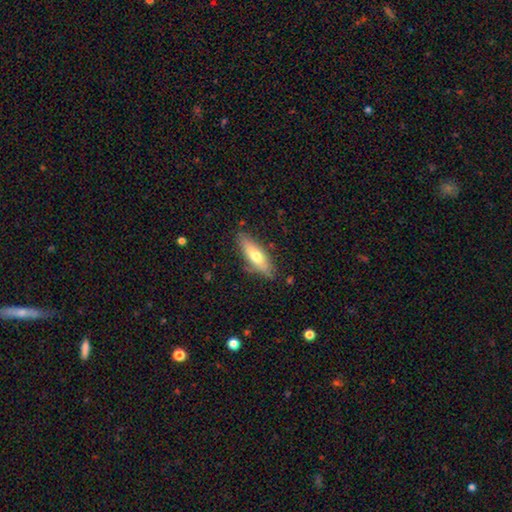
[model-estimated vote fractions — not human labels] This appears to be a smooth galaxy with no disk features (63%) that is in between round and cigar-shaped (52%). Merging: none (78%).